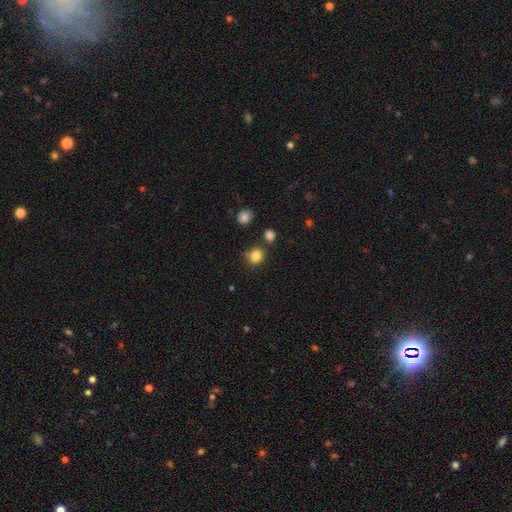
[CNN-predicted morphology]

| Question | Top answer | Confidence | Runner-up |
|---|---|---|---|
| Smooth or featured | smooth | 83% | star or artifact (12%) |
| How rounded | round | 87% | in between (12%) |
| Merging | none | 79% | minor disturbance (12%) |